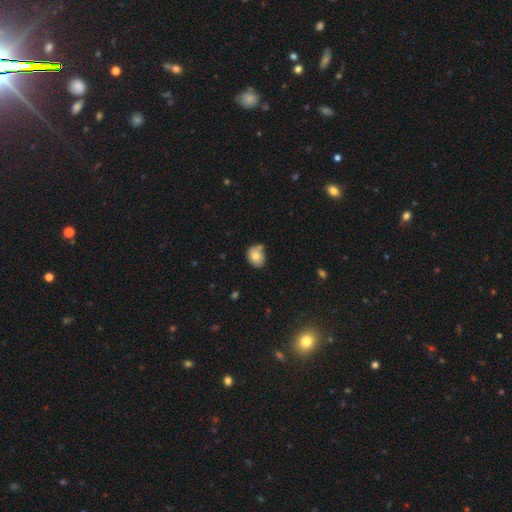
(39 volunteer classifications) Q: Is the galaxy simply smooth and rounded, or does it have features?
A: smooth — 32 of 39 (82%).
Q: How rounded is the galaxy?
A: in between — 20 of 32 (62%).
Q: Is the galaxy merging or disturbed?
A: none — 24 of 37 (65%).